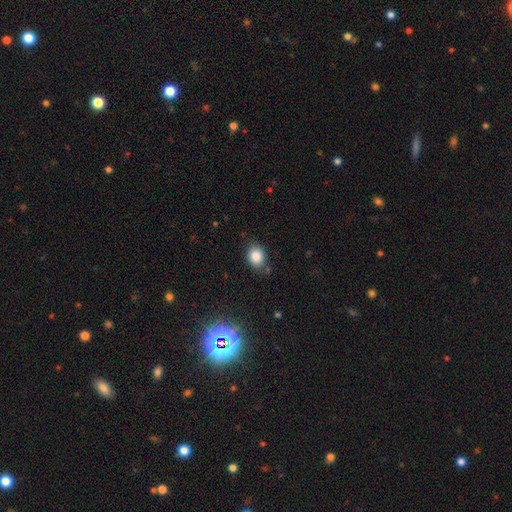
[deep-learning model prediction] A smooth galaxy with no disk features (84%) that is in between round and cigar-shaped (57%). Merging: none (79%).